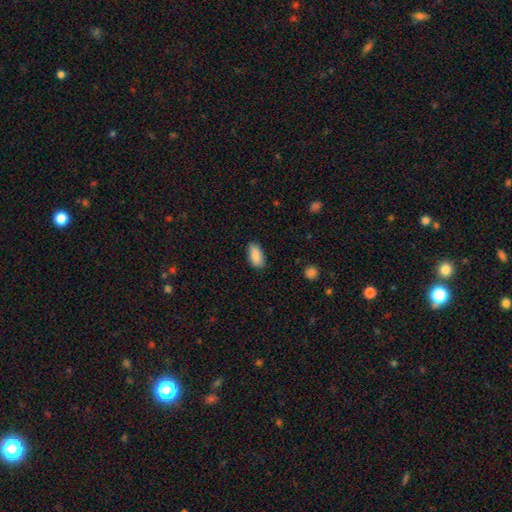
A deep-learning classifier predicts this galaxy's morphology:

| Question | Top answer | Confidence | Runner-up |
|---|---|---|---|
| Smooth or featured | smooth | 88% | star or artifact (7%) |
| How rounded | in between | 89% | cigar-shaped (8%) |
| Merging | none | 77% | minor disturbance (18%) |